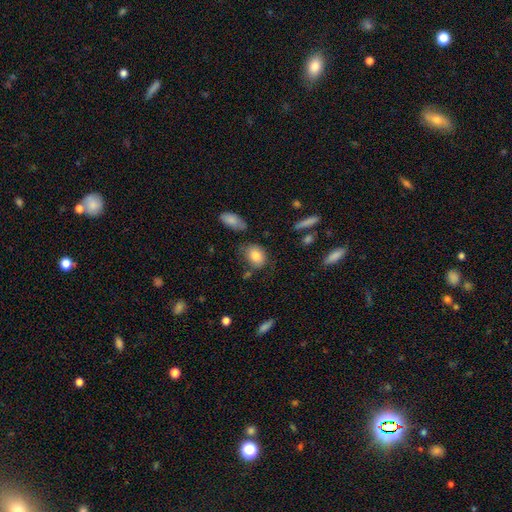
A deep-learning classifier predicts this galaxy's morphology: Smooth or featured? smooth (82%)
How rounded? in between (71%)
Merging? none (64%)